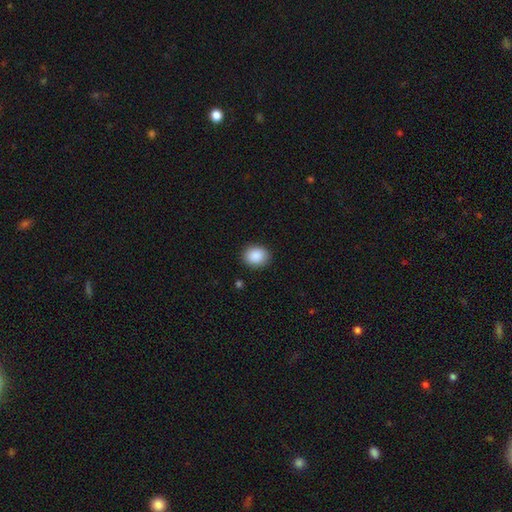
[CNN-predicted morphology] Q: Smooth or featured?
A: smooth (90%); runner-up: star or artifact (7%)
Q: How rounded?
A: round (57%); runner-up: in between (42%)
Q: Merging?
A: none (90%); runner-up: minor disturbance (7%)